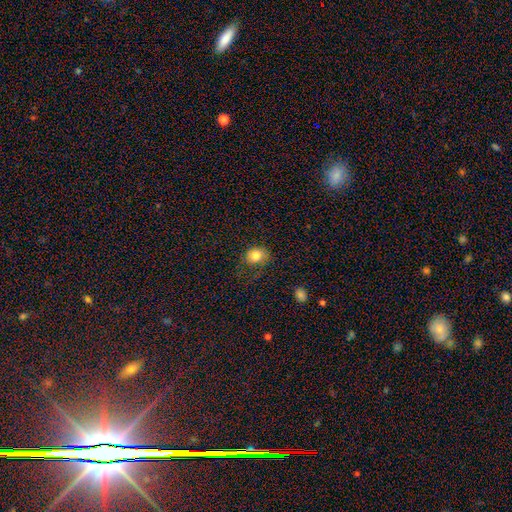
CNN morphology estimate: smooth_or_featured: smooth (p=0.82) [alt: star or artifact p=0.10]
how_rounded: round (p=0.58) [alt: in between p=0.41]
merging: none (p=0.59) [alt: minor disturbance p=0.25]